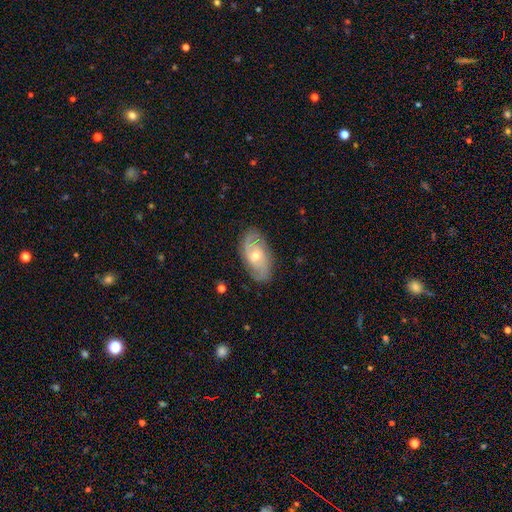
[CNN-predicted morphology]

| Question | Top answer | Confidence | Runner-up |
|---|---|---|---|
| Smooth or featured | featured or disk | 68% | smooth (25%) |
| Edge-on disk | no | 92% | yes (8%) |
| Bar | no | 66% | weak (29%) |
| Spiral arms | yes | 86% | no (14%) |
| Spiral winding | tight | 49% | medium (37%) |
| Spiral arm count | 2 | 54% | can't tell (29%) |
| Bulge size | moderate | 52% | small (44%) |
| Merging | none | 80% | minor disturbance (15%) |